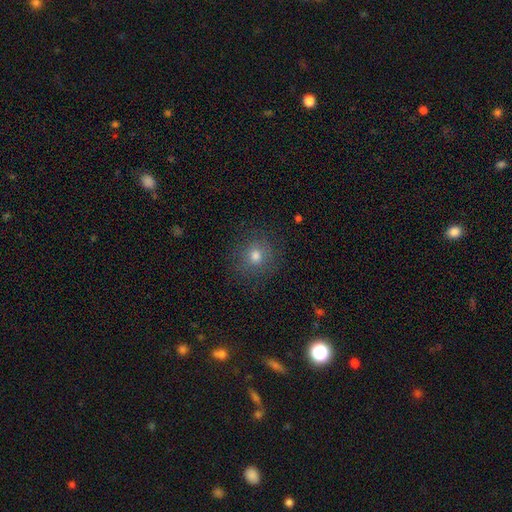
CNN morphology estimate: smooth_or_featured: smooth (p=0.74) [alt: star or artifact p=0.16]
how_rounded: round (p=0.91) [alt: in between p=0.08]
merging: none (p=0.86) [alt: minor disturbance p=0.09]